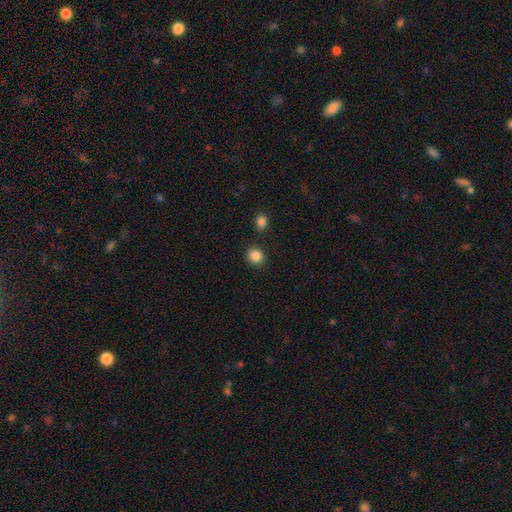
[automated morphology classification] Smooth or featured? Predicted: smooth (p=0.86). How rounded? Predicted: round (p=0.83). Merging? Predicted: none (p=0.88).